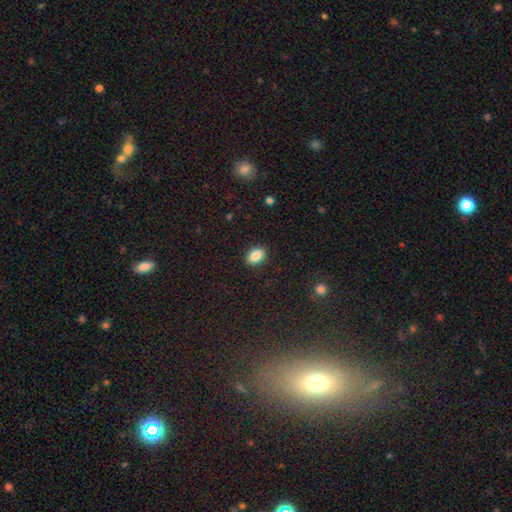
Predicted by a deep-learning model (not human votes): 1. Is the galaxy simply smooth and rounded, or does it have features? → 87% smooth, 8% star or artifact, 5% featured or disk.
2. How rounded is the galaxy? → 88% in between, 9% round, 2% cigar-shaped.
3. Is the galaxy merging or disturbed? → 88% none, 9% minor disturbance, 2% major disturbance, 1% merger.